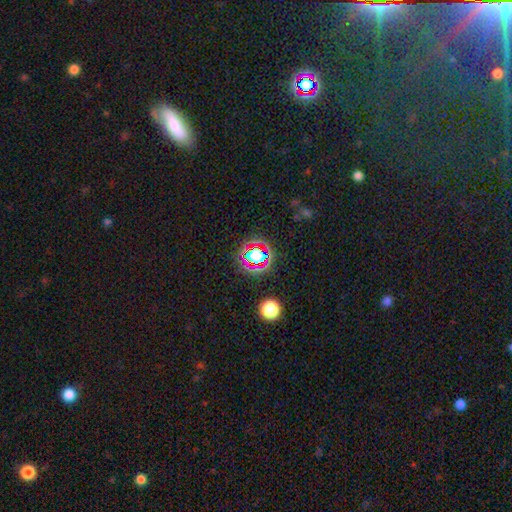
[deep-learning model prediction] Smooth or featured: star or artifact — 60% (smooth — 26%)